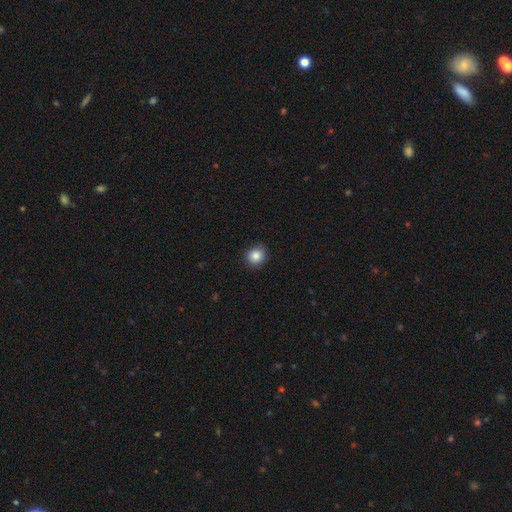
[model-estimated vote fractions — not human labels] Q: Smooth or featured?
A: smooth (85%); runner-up: star or artifact (10%)
Q: How rounded?
A: round (85%); runner-up: in between (14%)
Q: Merging?
A: none (89%); runner-up: minor disturbance (8%)